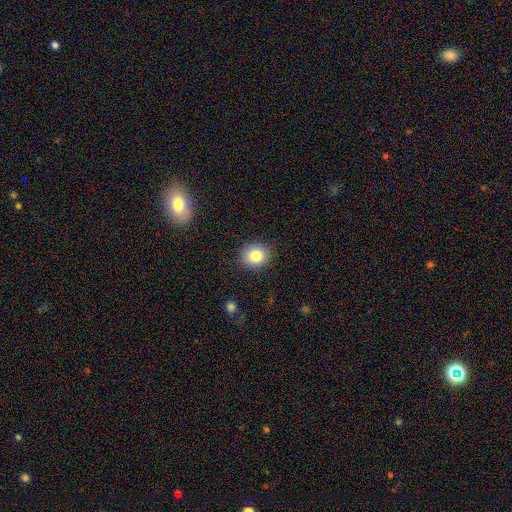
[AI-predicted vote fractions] This appears to be a smooth galaxy with no disk features (83%) that is round (79%). Merging: none (89%).